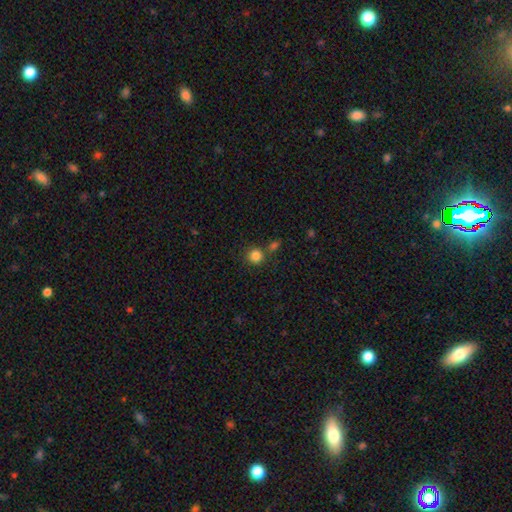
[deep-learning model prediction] smooth-or-featured: smooth: 84% | star or artifact: 11% | featured or disk: 5%
  how-rounded: round: 92% | in between: 7% | cigar-shaped: 1%
  merging: none: 76% | merger: 14% | minor disturbance: 8% | major disturbance: 3%